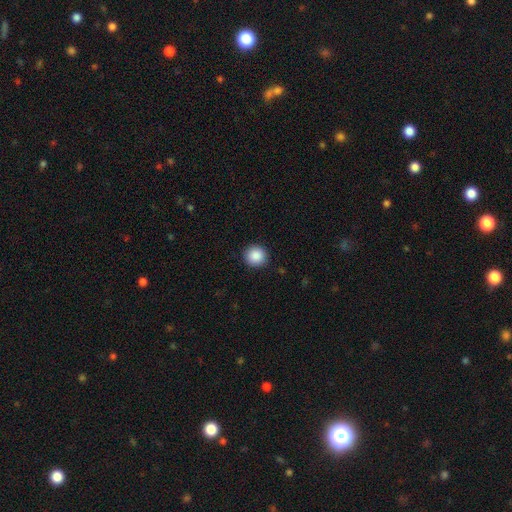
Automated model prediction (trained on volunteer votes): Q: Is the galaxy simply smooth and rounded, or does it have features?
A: smooth — 88%.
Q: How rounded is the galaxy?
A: round — 95%.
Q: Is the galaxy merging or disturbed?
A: none — 92%.